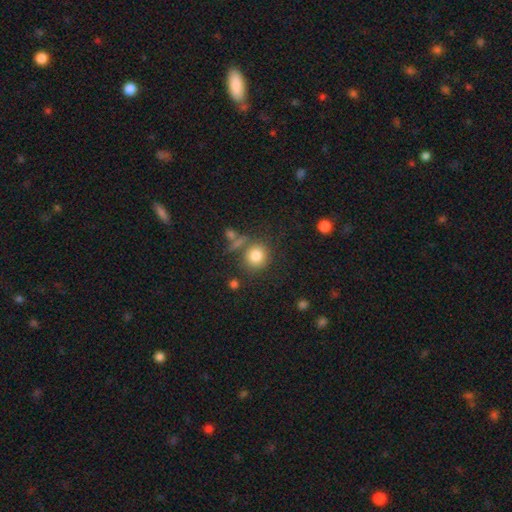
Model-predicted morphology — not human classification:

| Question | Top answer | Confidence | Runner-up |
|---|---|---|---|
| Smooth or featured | smooth | 82% | star or artifact (11%) |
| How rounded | round | 85% | in between (14%) |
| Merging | none | 72% | minor disturbance (11%) |